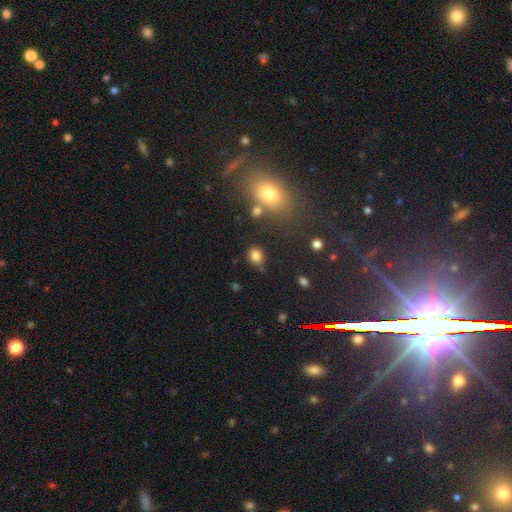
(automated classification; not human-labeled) smooth 83%, star or artifact 12%, featured or disk 6%. Down the decision tree: how rounded — round (56%); merging — none (77%).